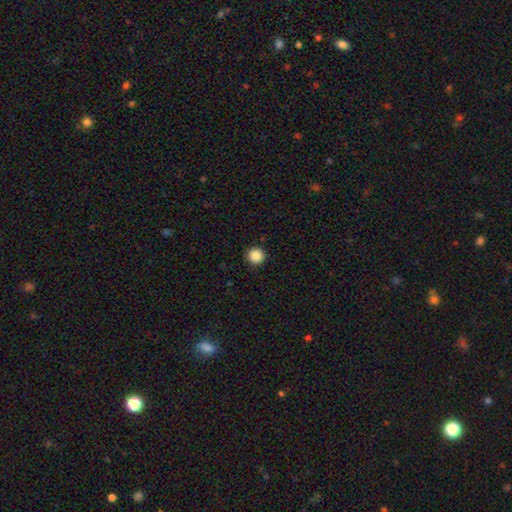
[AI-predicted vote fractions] smooth-or-featured: smooth: 87% | star or artifact: 10% | featured or disk: 3%
  how-rounded: round: 96% | in between: 3% | cigar-shaped: 1%
  merging: none: 93% | minor disturbance: 5% | major disturbance: 2% | merger: 1%